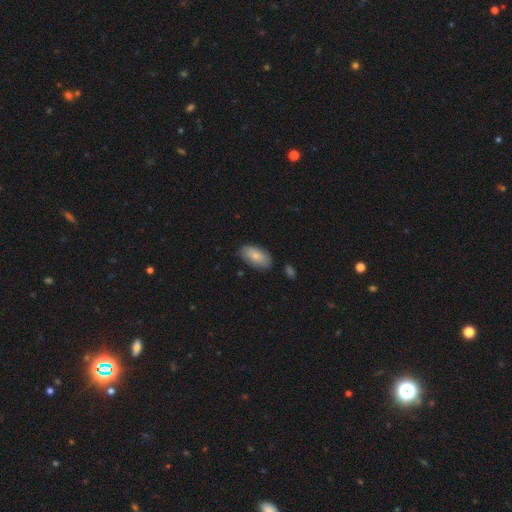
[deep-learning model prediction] Smooth or featured? smooth (79%)
How rounded? in between (95%)
Merging? none (82%)